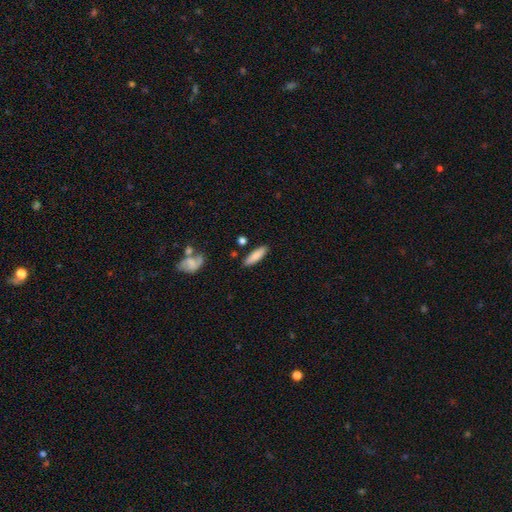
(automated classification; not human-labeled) Smooth or featured: smooth — 82% (featured or disk — 12%)
How rounded: cigar-shaped — 54% (in between — 44%)
Merging: none — 84% (minor disturbance — 11%)